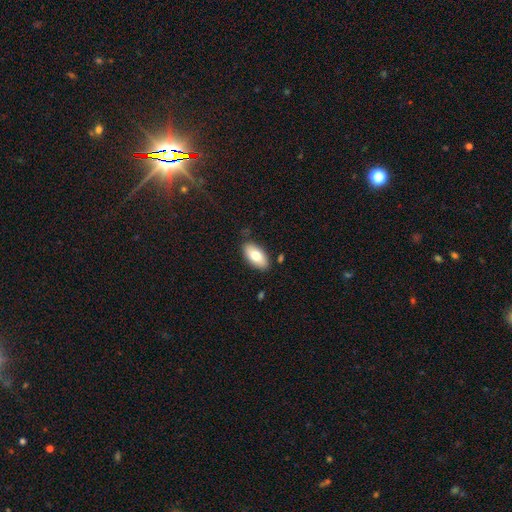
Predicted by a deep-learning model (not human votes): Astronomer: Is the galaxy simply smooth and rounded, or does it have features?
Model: smooth — 75%.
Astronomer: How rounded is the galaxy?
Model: in between — 93%.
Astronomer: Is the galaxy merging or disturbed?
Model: none — 84%.